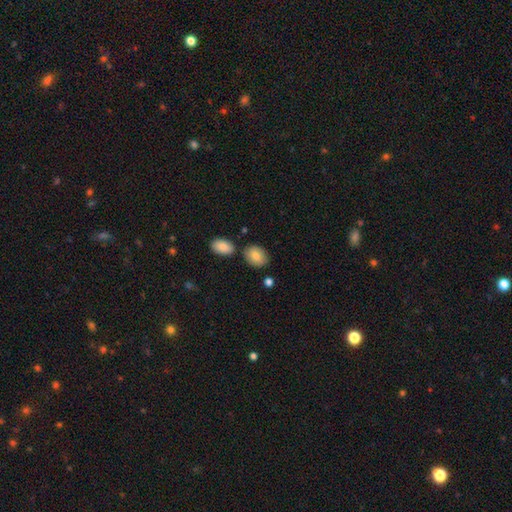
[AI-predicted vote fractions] Smooth or featured?
  - smooth: 82% *
  - featured or disk: 10%
  - star or artifact: 8%
How rounded?
  - in between: 72% *
  - round: 27%
  - cigar-shaped: 1%
Merging?
  - none: 74% *
  - minor disturbance: 13%
  - merger: 10%
  - major disturbance: 3%